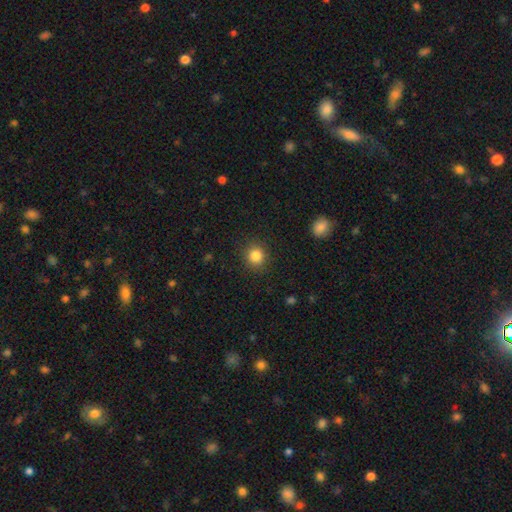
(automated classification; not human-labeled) A smooth galaxy with no disk features (85%) that is round (86%).

Vote fractions:
- Smooth or featured? smooth: 85% / star or artifact: 10% / featured or disk: 4%
- How rounded? round: 86% / in between: 13% / cigar-shaped: 1%
- Merging? none: 89% / minor disturbance: 7% / major disturbance: 3% / merger: 1%